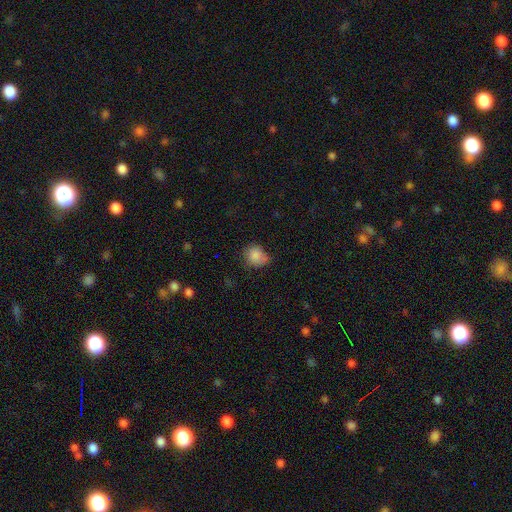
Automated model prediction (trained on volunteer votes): This appears to be a smooth galaxy with no disk features (83%) that is round (69%). Merging: none (54%).